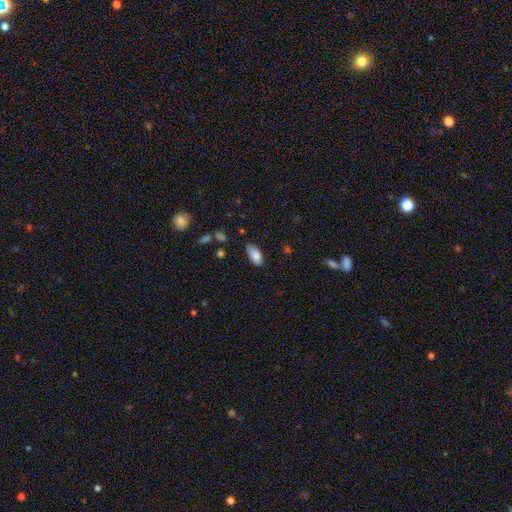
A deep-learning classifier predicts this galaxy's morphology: A smooth galaxy with no disk features (84%) that is in between round and cigar-shaped (89%).

Vote fractions:
- Smooth or featured? smooth: 84% / featured or disk: 8% / star or artifact: 8%
- How rounded? in between: 89% / cigar-shaped: 8% / round: 2%
- Merging? none: 66% / minor disturbance: 28% / major disturbance: 5% / merger: 2%